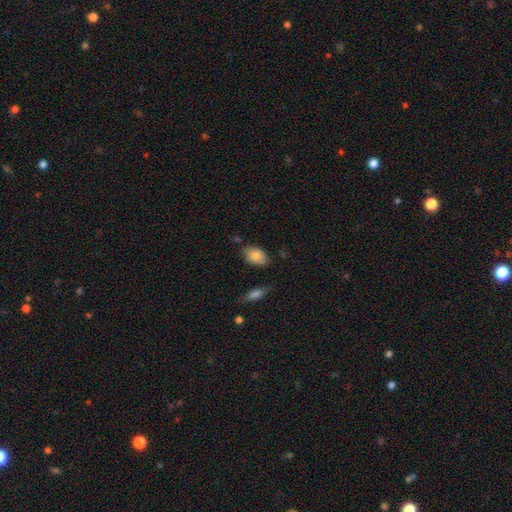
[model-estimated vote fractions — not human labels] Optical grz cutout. It shows a smooth galaxy with no disk features (84%) that is in between round and cigar-shaped (87%). Merging: none (74%).